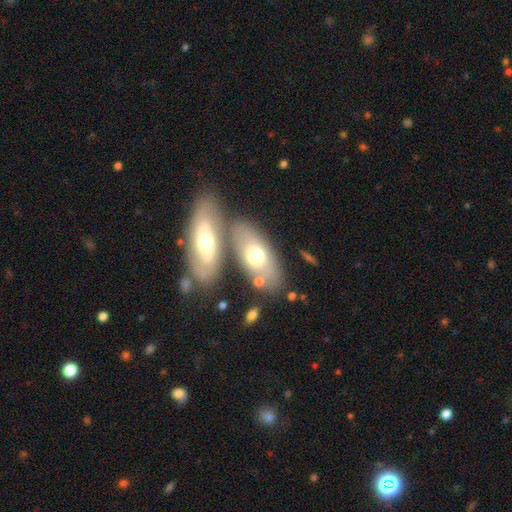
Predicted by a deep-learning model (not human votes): Morphology: type=smooth (62%); roundness=in between (87%); merging=none (55%).